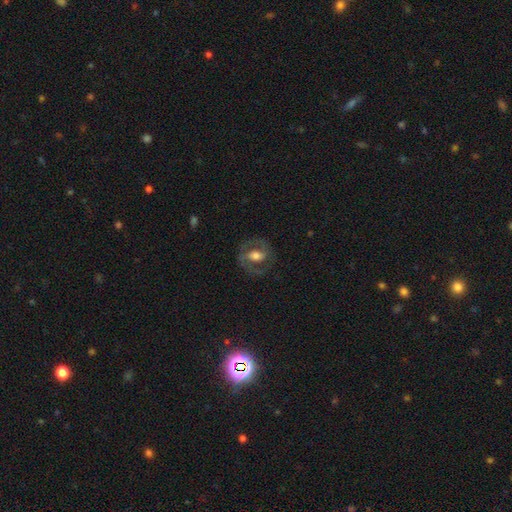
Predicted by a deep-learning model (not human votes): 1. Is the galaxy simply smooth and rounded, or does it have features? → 65% featured or disk, 29% smooth, 7% star or artifact.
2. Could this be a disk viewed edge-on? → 95% no, 5% yes.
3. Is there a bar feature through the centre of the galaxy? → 38% weak, 36% no, 27% strong.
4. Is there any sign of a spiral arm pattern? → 70% yes, 30% no.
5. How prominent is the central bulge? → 57% moderate, 27% large, 12% small, 2% dominant, 2% none.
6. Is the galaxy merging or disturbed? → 74% none, 14% minor disturbance, 11% major disturbance, 1% merger.